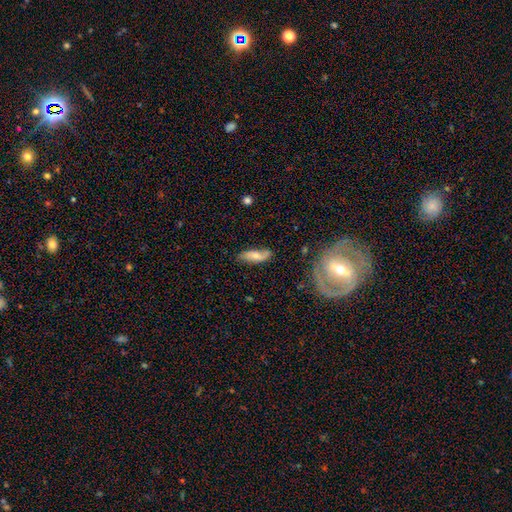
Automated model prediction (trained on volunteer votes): Morphology: type=smooth (52%); roundness=in between (64%); merging=none (68%).